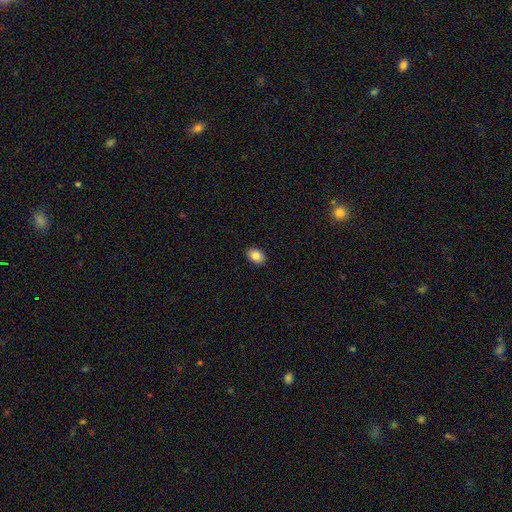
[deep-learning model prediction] This is clearly a smooth galaxy (85%). How rounded: likely in between (75%). Merging: clearly none (90%).